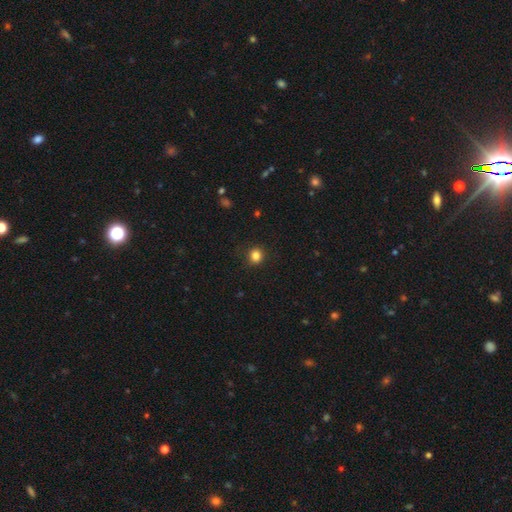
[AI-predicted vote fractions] Overall: smooth (84%). How rounded: round (87%). Merging: none (90%).